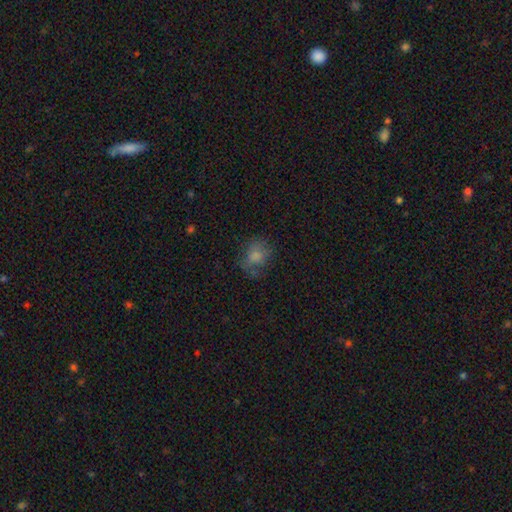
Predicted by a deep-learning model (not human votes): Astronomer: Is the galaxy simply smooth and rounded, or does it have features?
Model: smooth — 72%.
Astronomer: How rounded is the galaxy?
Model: round — 57% (runner-up: in between, 42%).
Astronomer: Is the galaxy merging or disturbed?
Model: none — 57%.